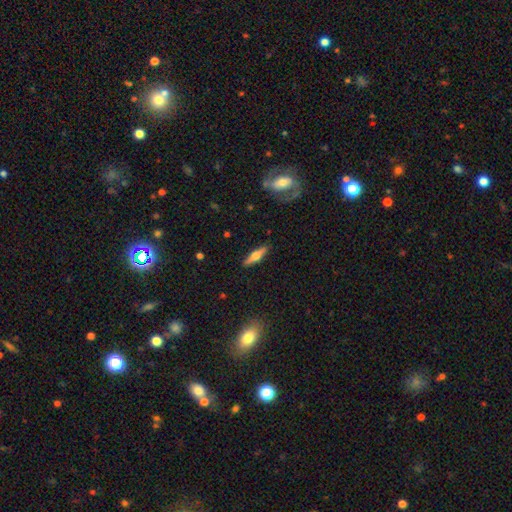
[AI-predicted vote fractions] A featured or disk galaxy (60%) viewed edge-on (95%) with a rounded central bulge (93%).

Vote fractions:
- Smooth or featured? featured or disk: 60% / smooth: 34% / star or artifact: 6%
- Edge-on disk? yes: 95% / no: 5%
- Edge-on bulge? rounded: 93% / boxy: 5% / none: 2%
- Merging? none: 88% / minor disturbance: 8% / major disturbance: 2% / merger: 1%